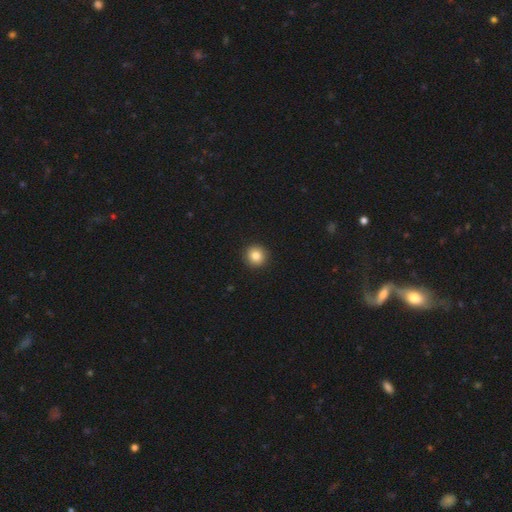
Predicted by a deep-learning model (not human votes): Smooth or featured? Predicted: smooth (p=0.84). How rounded? Predicted: round (p=0.94). Merging? Predicted: none (p=0.93).